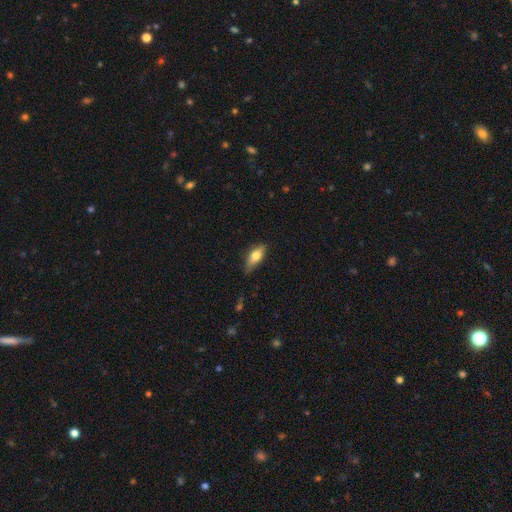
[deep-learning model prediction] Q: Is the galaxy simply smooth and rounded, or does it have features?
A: smooth — 75%.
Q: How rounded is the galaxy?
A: in between — 79%.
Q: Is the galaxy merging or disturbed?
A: none — 67%.